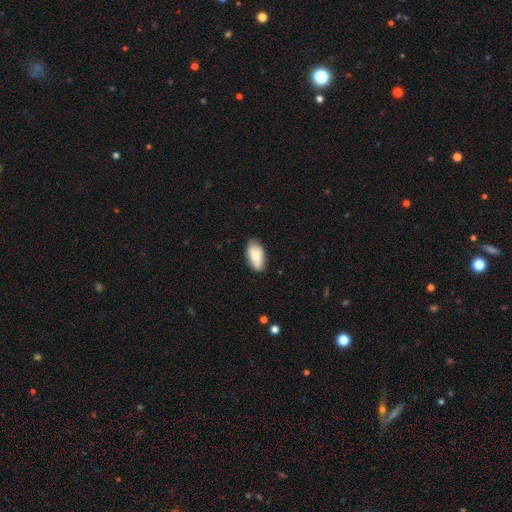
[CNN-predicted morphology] This appears to be a smooth galaxy with no disk features (78%) that is in between round and cigar-shaped (93%). Merging: none (75%).